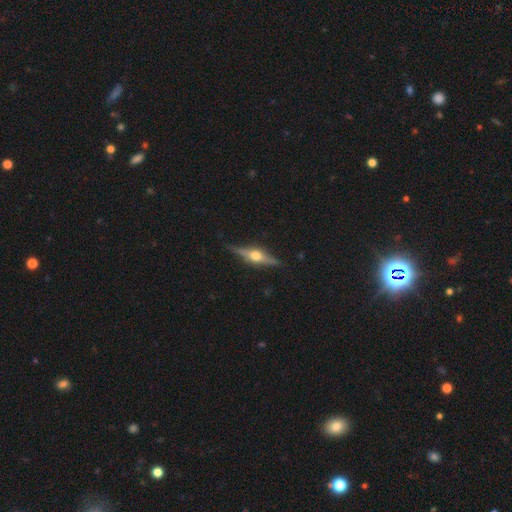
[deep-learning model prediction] smooth-or-featured: featured or disk: 76% | smooth: 18% | star or artifact: 6%
  disk-edge-on: yes: 97% | no: 3%
    edge-on-bulge: rounded: 95% | boxy: 4% | none: 2%
  merging: none: 87% | minor disturbance: 10% | major disturbance: 2% | merger: 1%